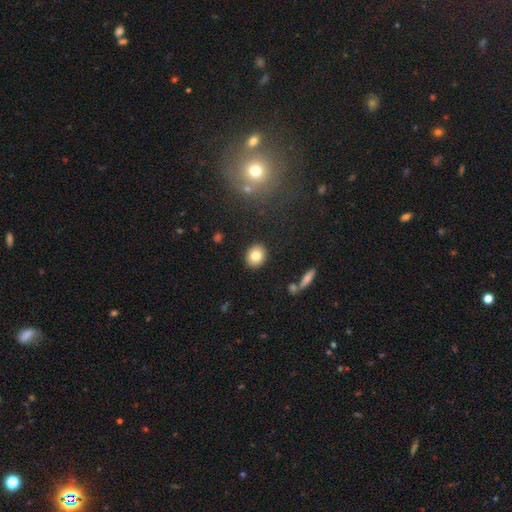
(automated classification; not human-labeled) Overall: smooth (80%). How rounded: round (65%; in between 34%). Merging: none (90%).